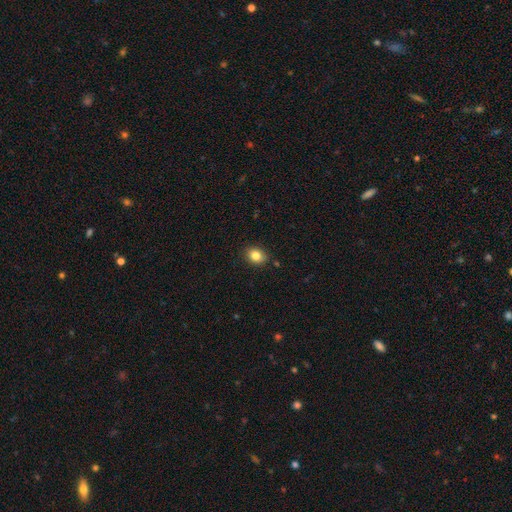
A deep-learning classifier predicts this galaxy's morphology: This is clearly a smooth galaxy (83%). How rounded: possibly in between (59%). Merging: clearly none (87%).